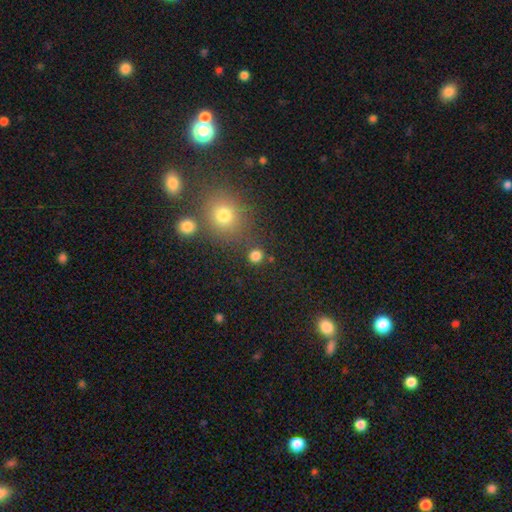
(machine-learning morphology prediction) A smooth galaxy with no disk features (79%) that is round (89%).

Vote fractions:
- Smooth or featured? smooth: 79% / star or artifact: 16% / featured or disk: 4%
- How rounded? round: 89% / in between: 9% / cigar-shaped: 1%
- Merging? none: 82% / merger: 7% / minor disturbance: 7% / major disturbance: 3%